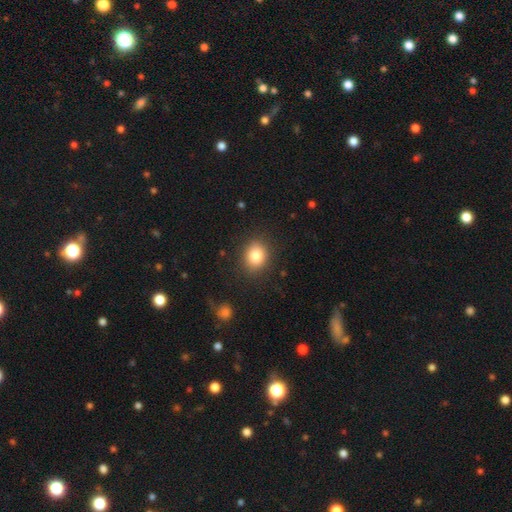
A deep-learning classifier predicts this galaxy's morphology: Smooth or featured?
  - smooth: 83% *
  - star or artifact: 10%
  - featured or disk: 7%
How rounded?
  - round: 55% *
  - in between: 44%
  - cigar-shaped: 1%
Merging?
  - none: 86% *
  - minor disturbance: 9%
  - major disturbance: 3%
  - merger: 1%